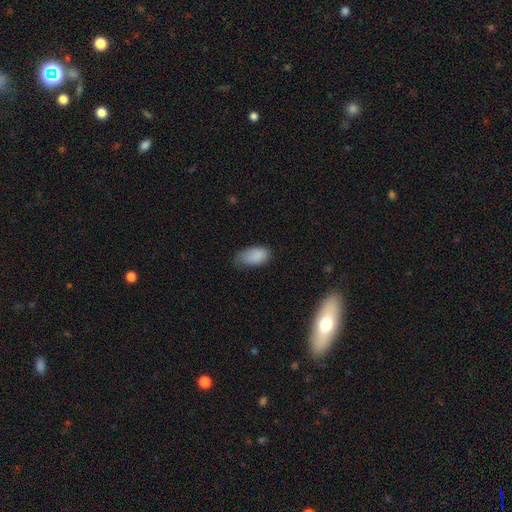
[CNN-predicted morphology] smooth-or-featured: smooth: 87% | star or artifact: 8% | featured or disk: 6%
  how-rounded: in between: 94% | round: 3% | cigar-shaped: 3%
  merging: none: 55% | minor disturbance: 35% | major disturbance: 9% | merger: 1%